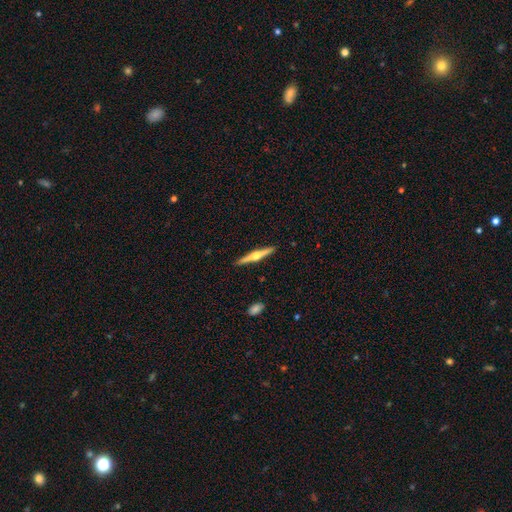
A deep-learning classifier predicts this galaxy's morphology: This appears to be a featured or disk galaxy (75%) viewed edge-on (98%) with a rounded central bulge (94%). Merging: none (92%).